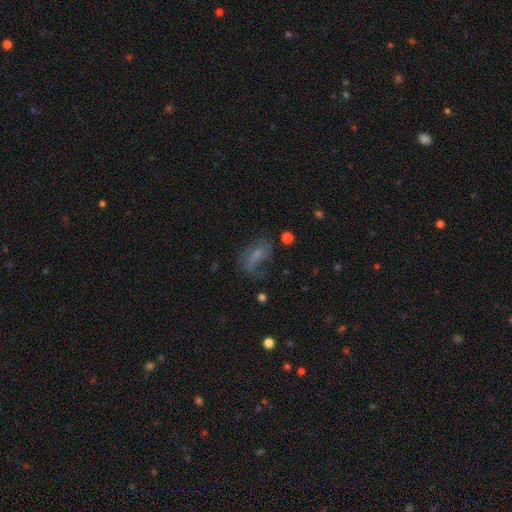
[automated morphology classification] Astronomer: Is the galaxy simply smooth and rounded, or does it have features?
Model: featured or disk — 43% (runner-up: smooth, 42%).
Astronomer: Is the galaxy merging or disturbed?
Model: none — 42% (runner-up: major disturbance, 31%).